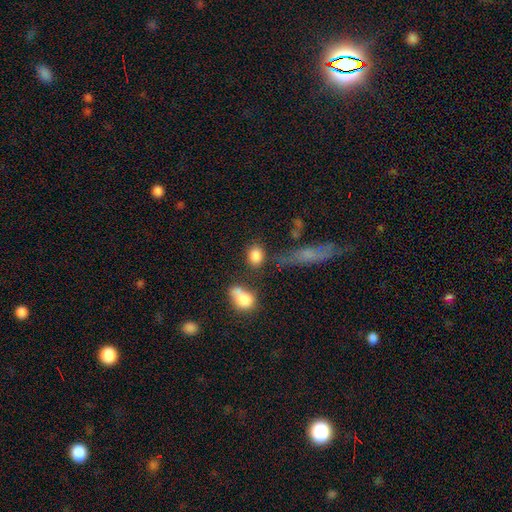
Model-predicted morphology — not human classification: Smooth or featured? smooth (84%)
How rounded? in between (60%)
Merging? none (65%)